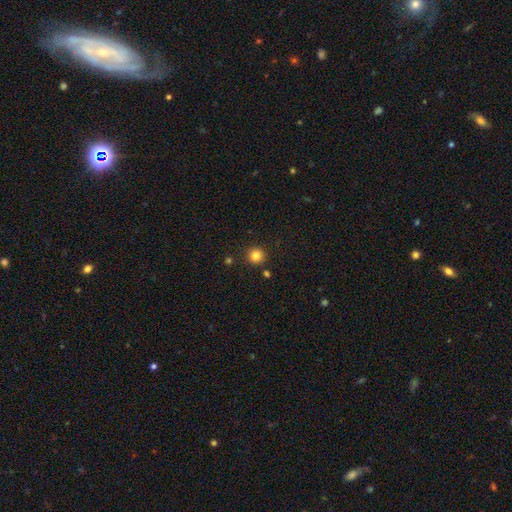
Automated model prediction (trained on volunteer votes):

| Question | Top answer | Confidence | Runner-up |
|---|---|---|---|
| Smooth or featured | smooth | 83% | star or artifact (12%) |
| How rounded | round | 95% | in between (4%) |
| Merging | none | 89% | minor disturbance (6%) |